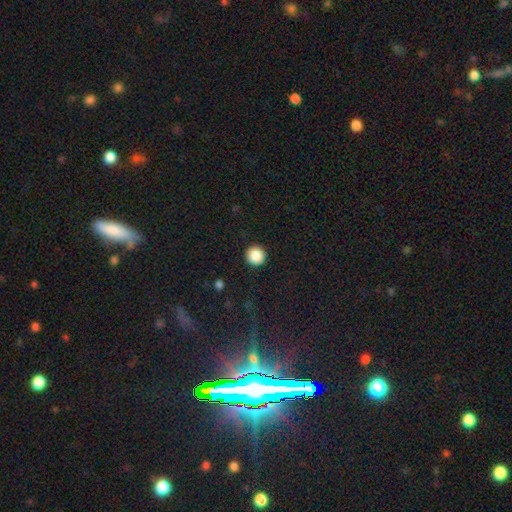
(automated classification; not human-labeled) Q: Smooth or featured?
A: smooth (88%); runner-up: star or artifact (9%)
Q: How rounded?
A: round (96%); runner-up: in between (3%)
Q: Merging?
A: none (93%); runner-up: minor disturbance (4%)